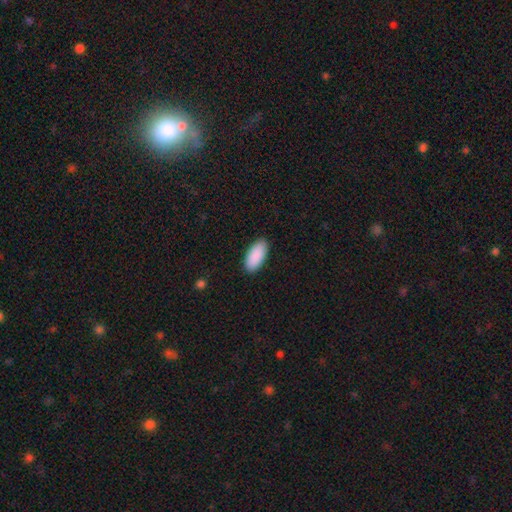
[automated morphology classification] The model was most divided on "merging": none: 90%, minor disturbance: 8%, major disturbance: 2%, merger: 1%. More confident: how rounded — in between (92%); smooth or featured — smooth (92%).